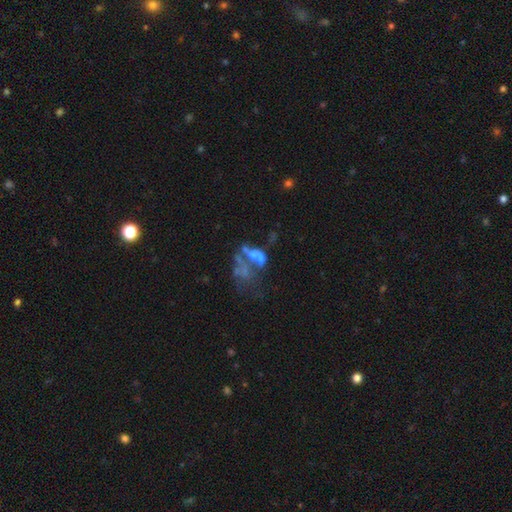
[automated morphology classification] featured or disk 57%, smooth 25%, star or artifact 18%. Down the decision tree: edge-on disk — no (97%); bar — no (90%); spiral arms — no (92%); bulge size — none (56%); merging — merger (50%).